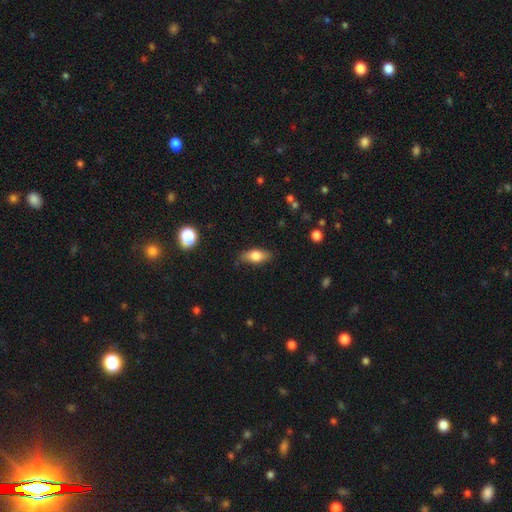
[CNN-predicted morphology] Smooth or featured? Predicted: smooth (p=0.70). How rounded? Predicted: in between (p=0.80). Merging? Predicted: none (p=0.80).